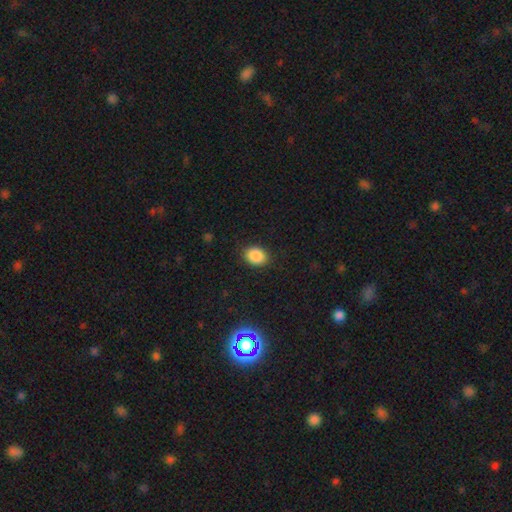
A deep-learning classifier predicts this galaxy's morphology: This appears to be a smooth galaxy with no disk features (88%) that is in between round and cigar-shaped (58%). Merging: none (86%).